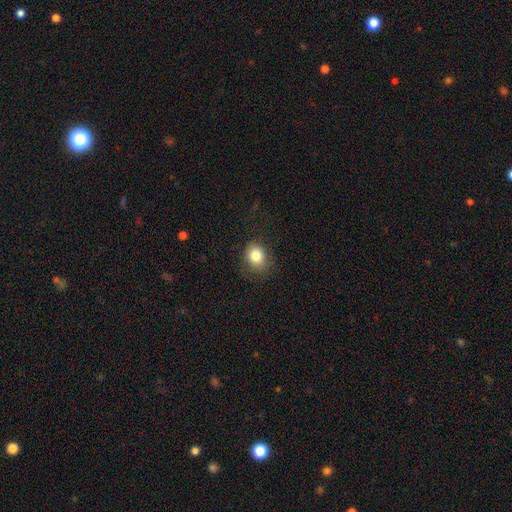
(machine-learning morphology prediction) The model was most divided on "how rounded": round: 63%, in between: 36%, cigar-shaped: 1%. More confident: smooth or featured — smooth (82%); merging — none (76%).